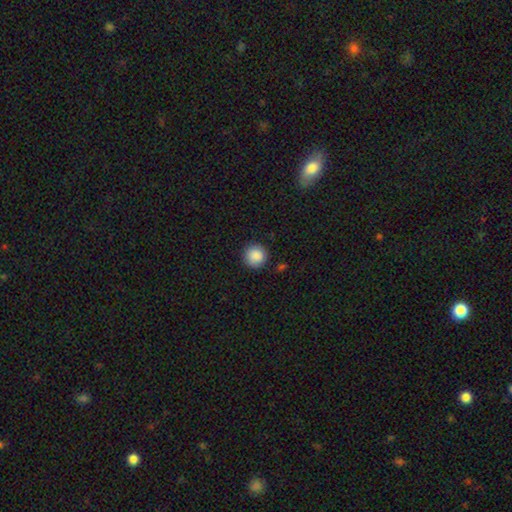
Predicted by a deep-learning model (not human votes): A smooth galaxy with no disk features (88%) that is round (94%). Merging: none (88%).